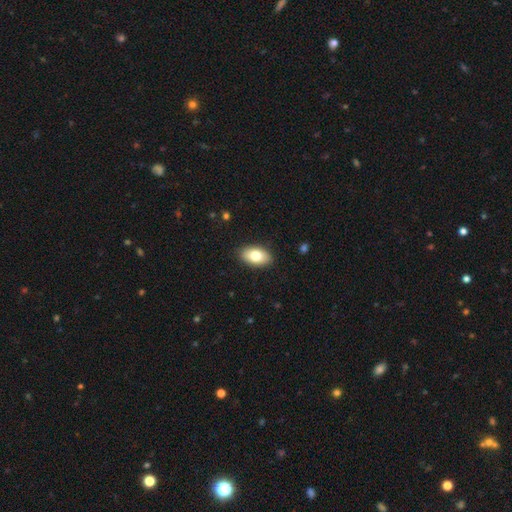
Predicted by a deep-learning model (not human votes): This is likely a smooth galaxy (77%). How rounded: clearly in between (92%). Merging: clearly none (88%).